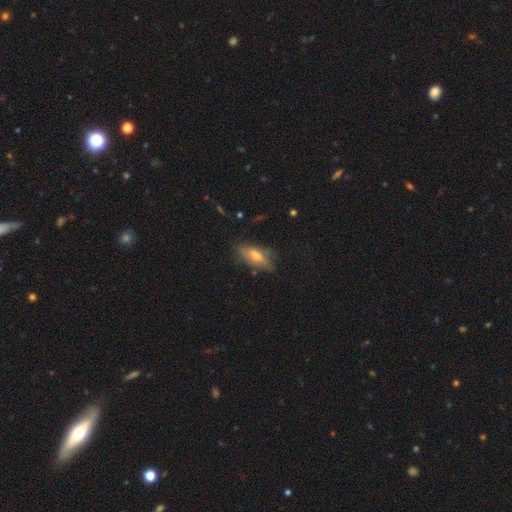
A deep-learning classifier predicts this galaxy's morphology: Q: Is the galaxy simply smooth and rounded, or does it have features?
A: smooth — 56%.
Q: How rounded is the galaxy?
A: in between — 73%.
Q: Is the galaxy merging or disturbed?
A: none — 71%.